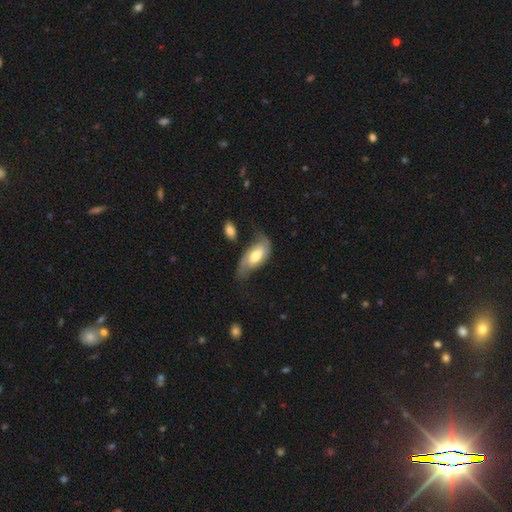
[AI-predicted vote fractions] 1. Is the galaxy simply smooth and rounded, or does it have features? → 61% featured or disk, 33% smooth, 6% star or artifact.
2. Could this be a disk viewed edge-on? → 91% no, 9% yes.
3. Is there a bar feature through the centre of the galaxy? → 43% weak, 37% no, 19% strong.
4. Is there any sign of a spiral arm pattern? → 85% yes, 15% no.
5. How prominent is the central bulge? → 60% moderate, 24% large, 11% small, 2% none, 2% dominant.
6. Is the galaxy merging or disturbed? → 49% none, 29% minor disturbance, 16% major disturbance, 5% merger.